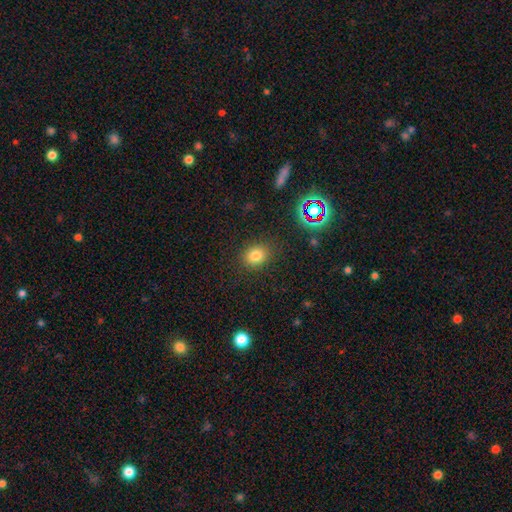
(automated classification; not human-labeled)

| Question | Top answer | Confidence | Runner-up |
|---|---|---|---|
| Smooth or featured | smooth | 78% | star or artifact (15%) |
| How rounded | round | 59% | in between (40%) |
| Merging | none | 85% | minor disturbance (10%) |